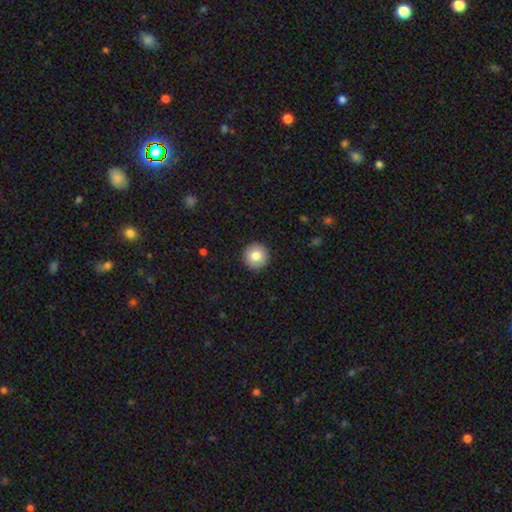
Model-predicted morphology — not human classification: The model was most divided on "smooth or featured": smooth: 82%, featured or disk: 10%, star or artifact: 8%. More confident: how rounded — round (96%); merging — none (93%).